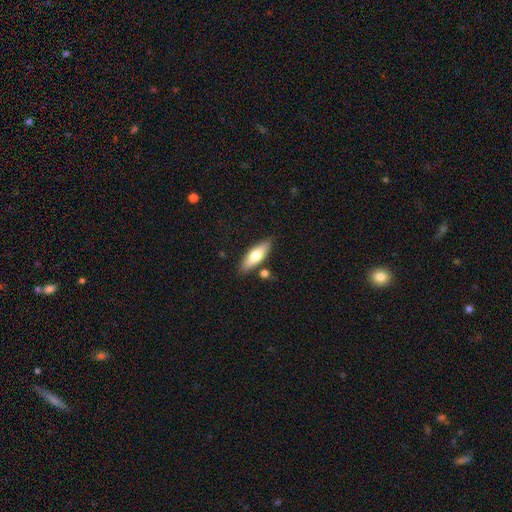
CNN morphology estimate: type=smooth (67%); roundness=in between (57%); merging=none (80%).